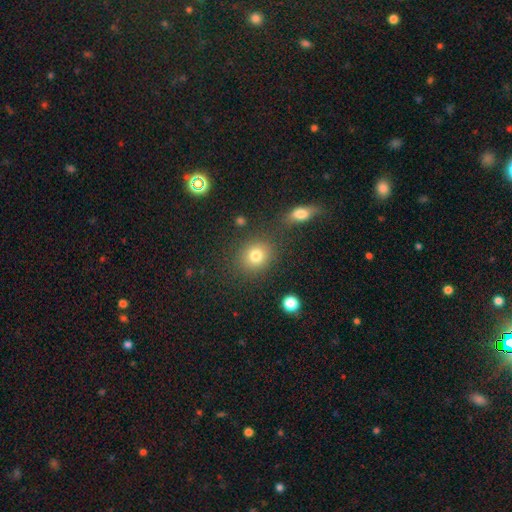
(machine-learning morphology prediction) Smooth or featured?
  - smooth: 80% *
  - star or artifact: 12%
  - featured or disk: 7%
How rounded?
  - round: 75% *
  - in between: 24%
  - cigar-shaped: 1%
Merging?
  - none: 80% *
  - minor disturbance: 9%
  - merger: 7%
  - major disturbance: 4%